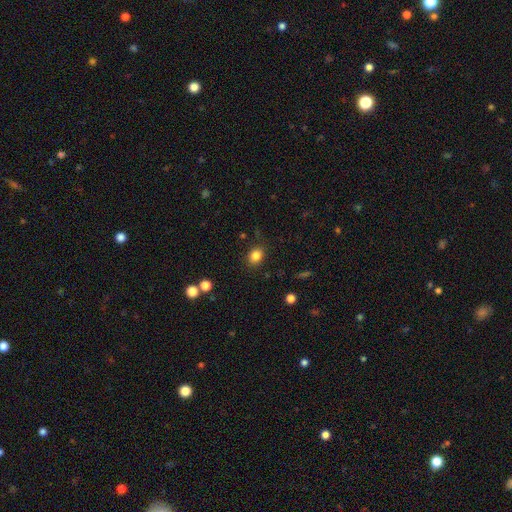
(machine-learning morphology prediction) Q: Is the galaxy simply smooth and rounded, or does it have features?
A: smooth — 84%.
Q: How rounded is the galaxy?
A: round — 52%.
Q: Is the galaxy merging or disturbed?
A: none — 85%.